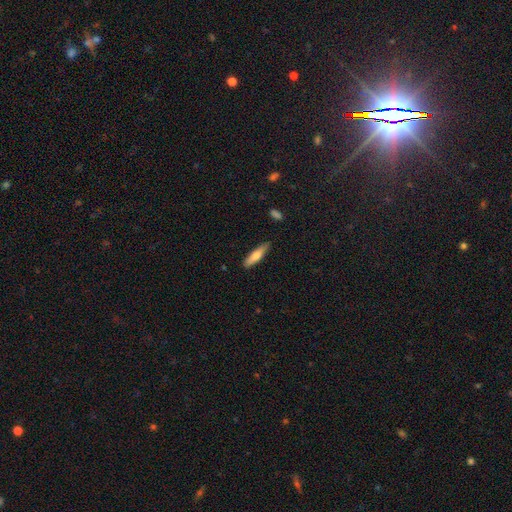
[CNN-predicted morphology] Smooth or featured: smooth — 71% (featured or disk — 23%)
How rounded: cigar-shaped — 78% (in between — 21%)
Merging: none — 82% (minor disturbance — 14%)